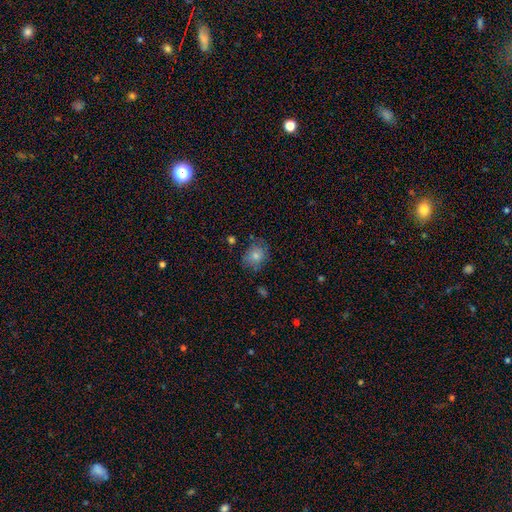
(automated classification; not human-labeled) This is likely a smooth galaxy (64%). How rounded: likely round (64%). Merging: likely none (73%).